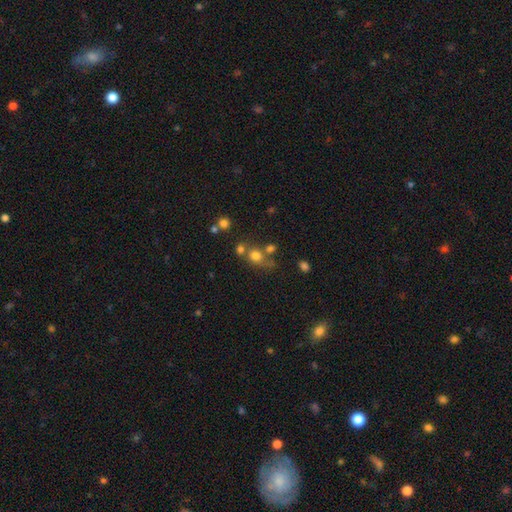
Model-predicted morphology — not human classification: Q: Smooth or featured?
A: smooth (73%); runner-up: star or artifact (16%)
Q: How rounded?
A: round (74%); runner-up: in between (24%)
Q: Merging?
A: none (52%); runner-up: merger (30%)